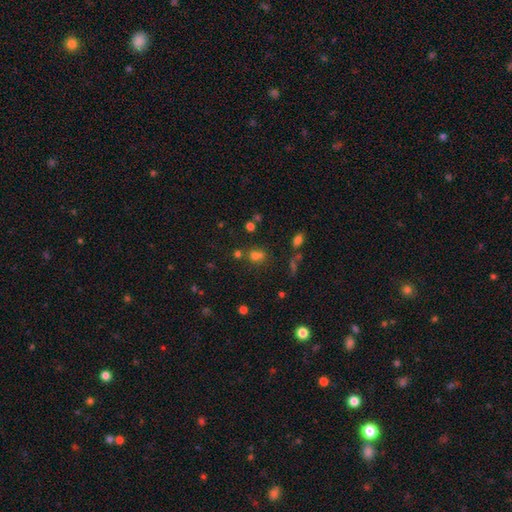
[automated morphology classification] A smooth galaxy with no disk features (63%) that is round (72%).

Vote fractions:
- Smooth or featured? smooth: 63% / star or artifact: 26% / featured or disk: 11%
- How rounded? round: 72% / in between: 26% / cigar-shaped: 2%
- Merging? none: 51% / merger: 33% / minor disturbance: 10% / major disturbance: 5%